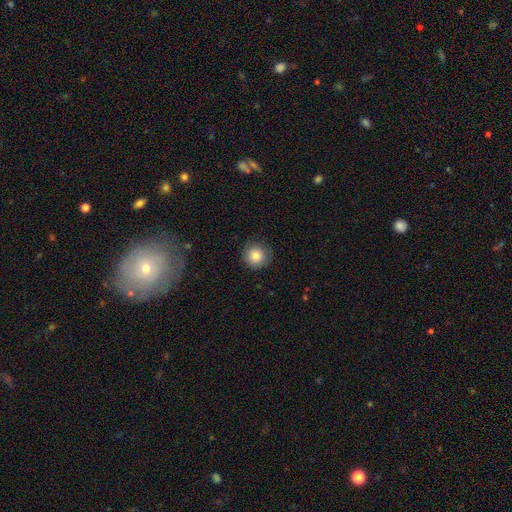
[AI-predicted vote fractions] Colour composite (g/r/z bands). It shows a smooth galaxy with no disk features (84%) that is round (94%). Merging: none (87%).